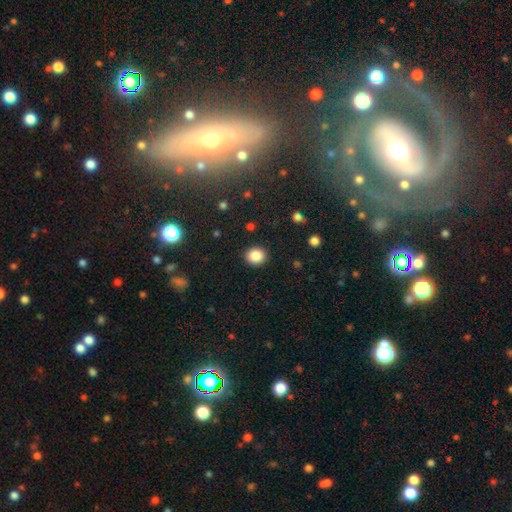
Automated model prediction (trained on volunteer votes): Morphology: type=smooth (87%); roundness=round (78%); merging=none (90%).